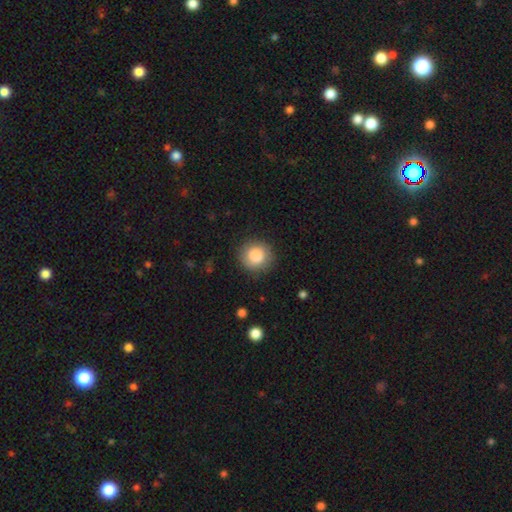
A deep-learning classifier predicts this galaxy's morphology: This appears to be a smooth galaxy with no disk features (85%) that is round (92%). Merging: none (86%).